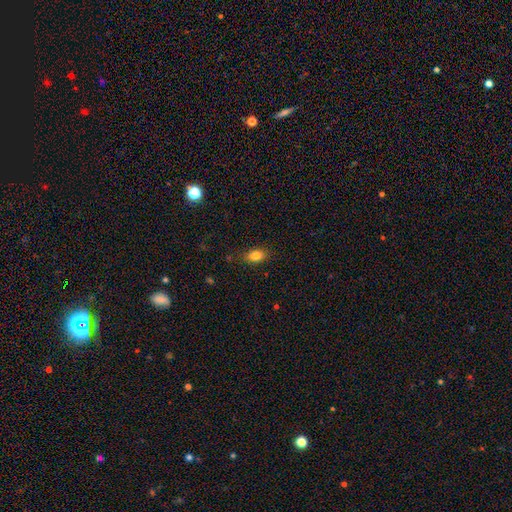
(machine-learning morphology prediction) This is clearly a smooth galaxy (83%). How rounded: clearly in between (83%). Merging: clearly none (84%).